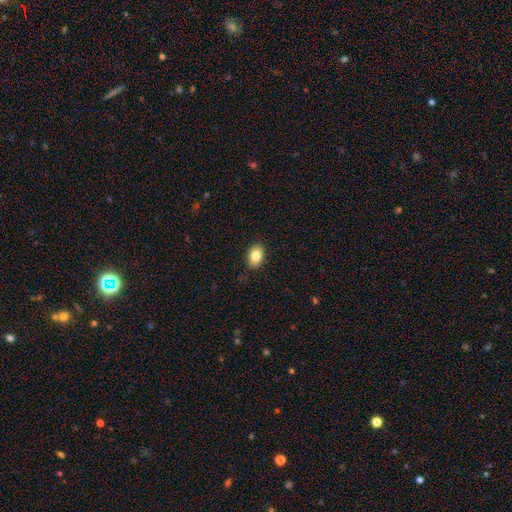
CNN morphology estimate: Smooth or featured? smooth (84%)
How rounded? in between (77%)
Merging? none (88%)